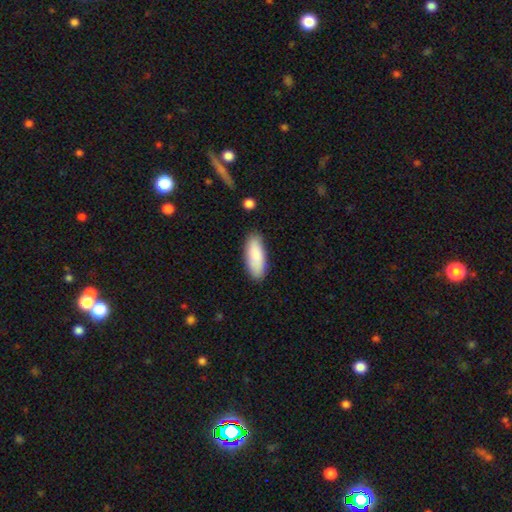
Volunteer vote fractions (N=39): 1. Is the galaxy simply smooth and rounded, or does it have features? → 97% smooth, 3% featured or disk, 0% star or artifact.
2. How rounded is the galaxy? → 71% in between, 26% cigar-shaped, 3% round.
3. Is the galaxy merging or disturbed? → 82% none, 13% minor disturbance, 3% major disturbance, 3% merger.